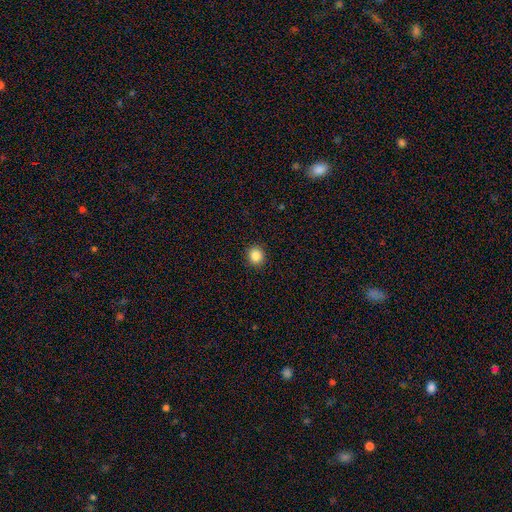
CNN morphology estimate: The model was most divided on "smooth or featured": smooth: 86%, star or artifact: 10%, featured or disk: 4%. More confident: merging — none (92%); how rounded — round (91%).